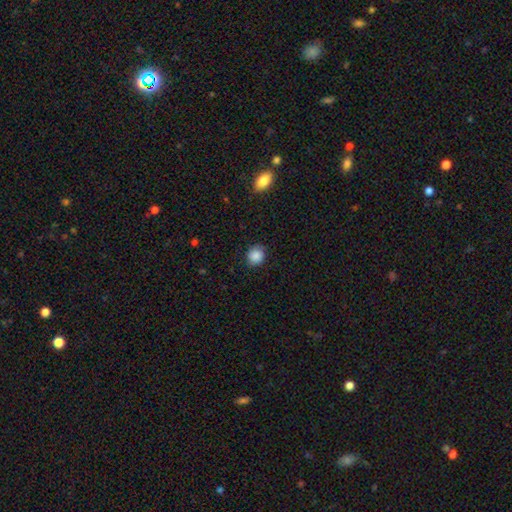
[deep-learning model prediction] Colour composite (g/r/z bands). It shows a smooth galaxy with no disk features (88%) that is round (82%). Merging: none (87%).